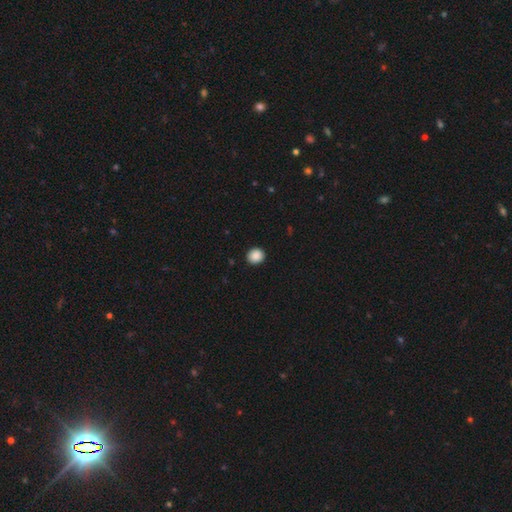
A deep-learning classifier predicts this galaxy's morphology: This appears to be a smooth galaxy with no disk features (89%) that is round (83%). Merging: none (92%).